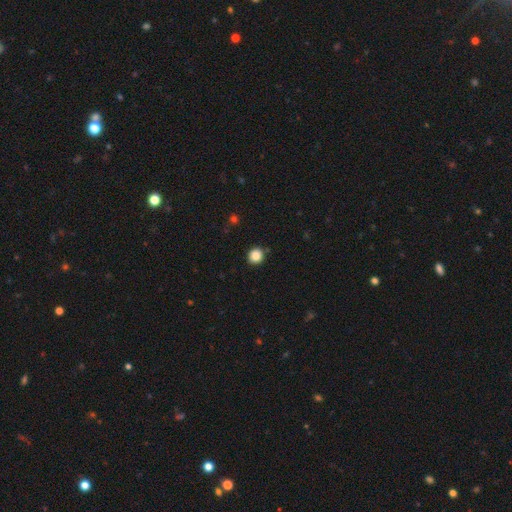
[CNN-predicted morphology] A smooth galaxy with no disk features (86%) that is round (91%).

Vote fractions:
- Smooth or featured? smooth: 86% / star or artifact: 10% / featured or disk: 3%
- How rounded? round: 91% / in between: 8% / cigar-shaped: 1%
- Merging? none: 90% / minor disturbance: 7% / major disturbance: 2% / merger: 2%